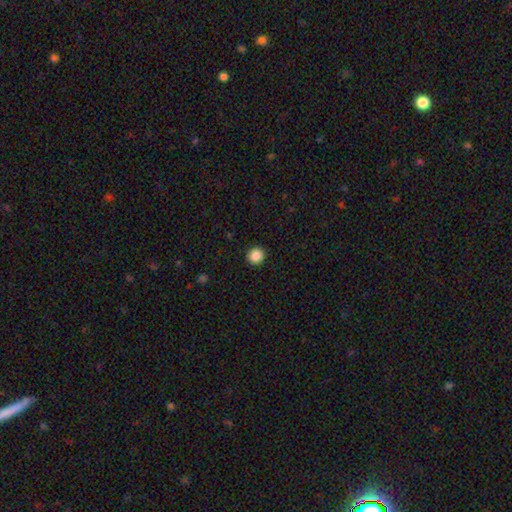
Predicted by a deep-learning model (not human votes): Smooth or featured? Predicted: smooth (p=0.88). How rounded? Predicted: round (p=0.92). Merging? Predicted: none (p=0.93).